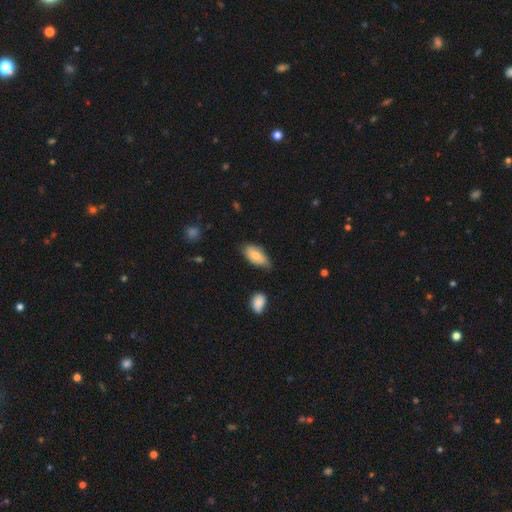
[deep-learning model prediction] This is likely a smooth galaxy (73%). How rounded: clearly in between (92%). Merging: likely none (62%).